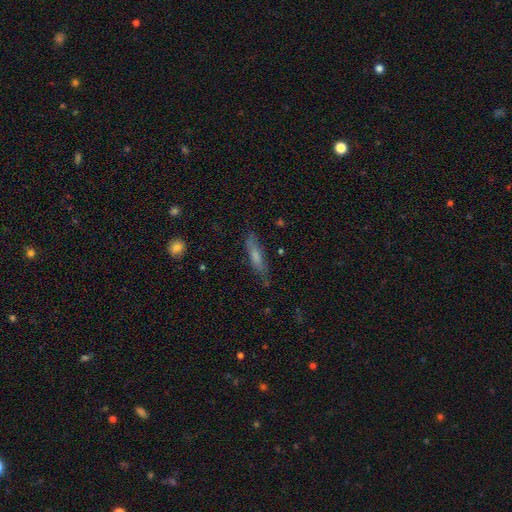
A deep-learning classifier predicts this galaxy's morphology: smooth 63%, featured or disk 29%, star or artifact 8%. Down the decision tree: how rounded — cigar-shaped (77%); merging — none (76%).